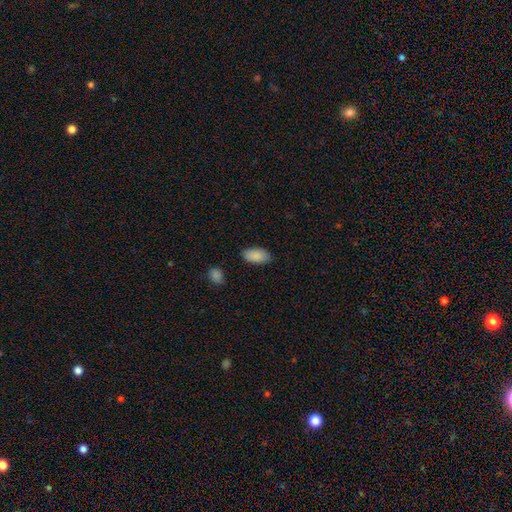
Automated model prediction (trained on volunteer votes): A smooth galaxy with no disk features (89%) that is in between round and cigar-shaped (94%). Merging: none (86%).